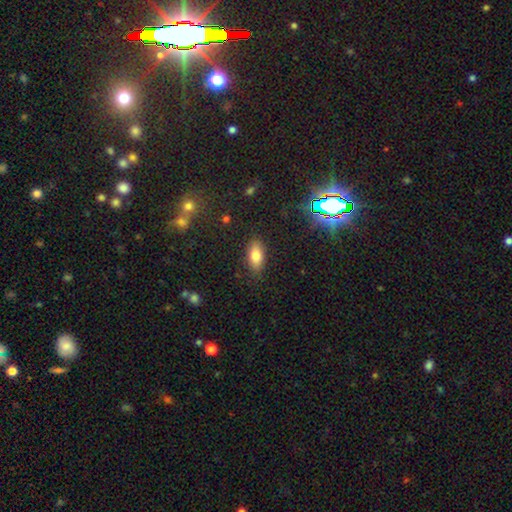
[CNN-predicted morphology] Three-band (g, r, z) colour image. It shows a smooth galaxy with no disk features (80%) that is in between round and cigar-shaped (89%). Merging: none (85%).